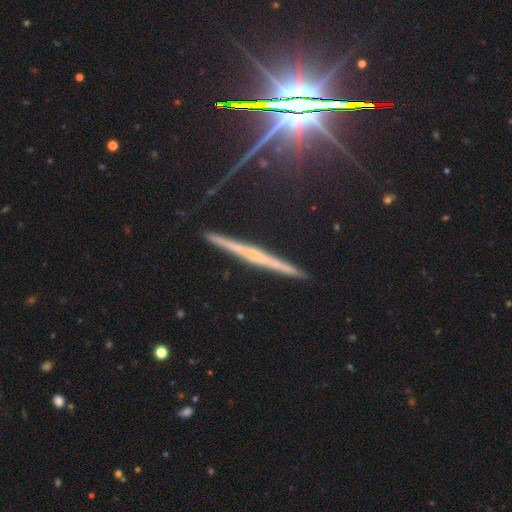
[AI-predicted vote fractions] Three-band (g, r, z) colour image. It shows a featured or disk galaxy (63%) viewed edge-on (97%) with no central bulge (64%). Merging: none (88%).